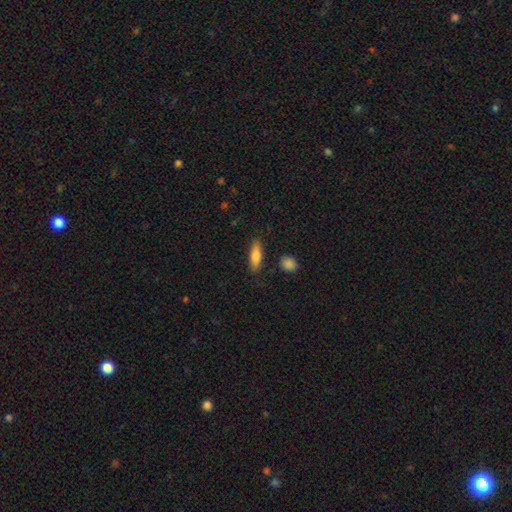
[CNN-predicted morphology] A smooth galaxy with no disk features (80%) that is in between round and cigar-shaped (57%). Merging: none (85%).